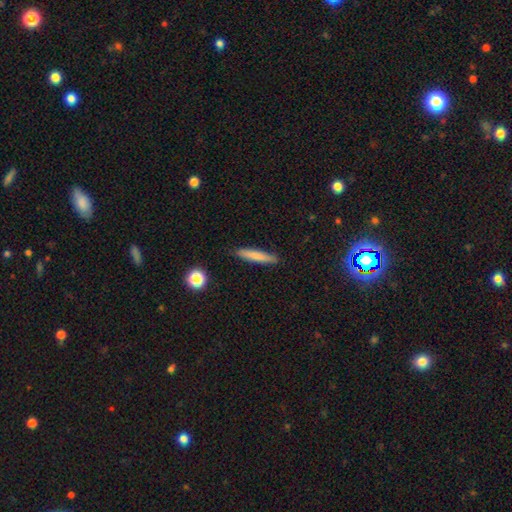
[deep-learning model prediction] Smooth or featured?
  - smooth: 77% *
  - featured or disk: 16%
  - star or artifact: 7%
How rounded?
  - cigar-shaped: 92% *
  - in between: 7%
  - round: 2%
Merging?
  - none: 89% *
  - minor disturbance: 8%
  - major disturbance: 2%
  - merger: 1%